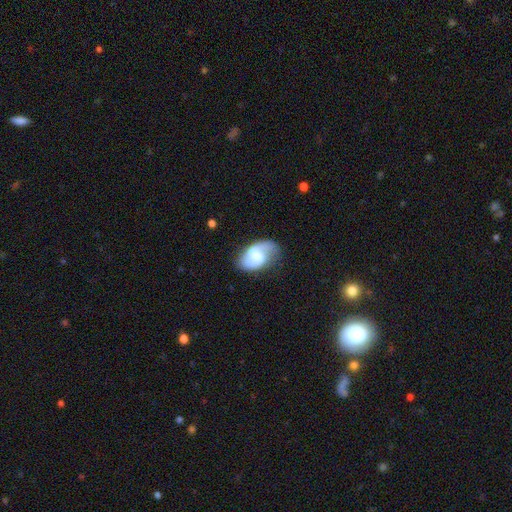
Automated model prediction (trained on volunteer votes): This appears to be a featured or disk galaxy (80%) with a weak bar (55%), 2 (91%) medium (51%) spiral arms (95%) and a small central bulge (39%, tied with moderate). Merging: none (76%).